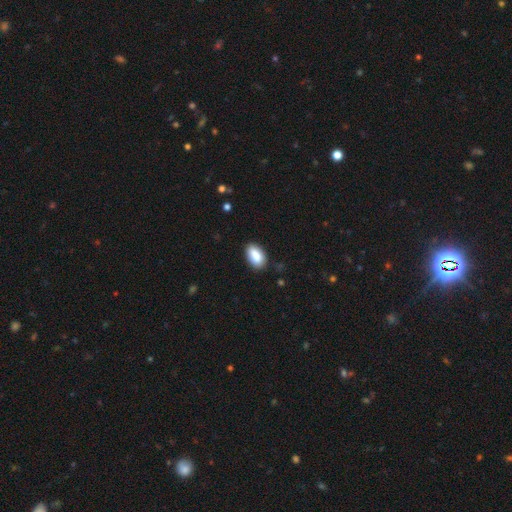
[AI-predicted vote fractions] smooth_or_featured: smooth (p=0.88) [alt: star or artifact p=0.07]
how_rounded: in between (p=0.93) [alt: round p=0.05]
merging: none (p=0.85) [alt: minor disturbance p=0.12]